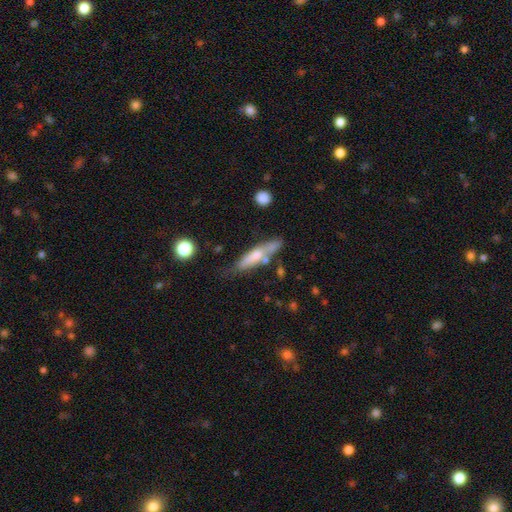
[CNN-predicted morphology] smooth_or_featured: smooth (p=0.58) [alt: featured or disk p=0.35]
how_rounded: cigar-shaped (p=0.75) [alt: in between p=0.23]
merging: none (p=0.57) [alt: minor disturbance p=0.23]